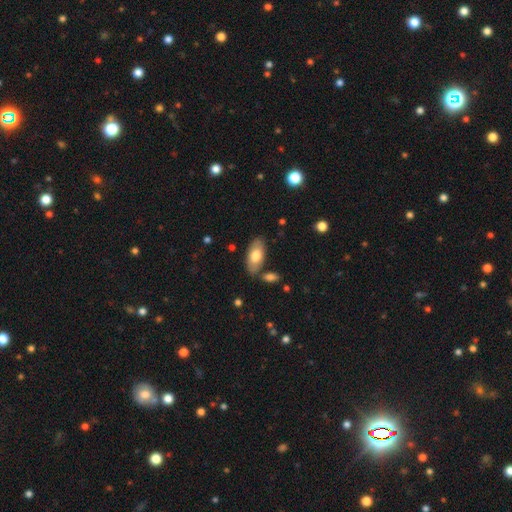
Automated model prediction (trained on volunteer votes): This is likely a smooth galaxy (73%). How rounded: clearly in between (92%). Merging: likely none (79%).